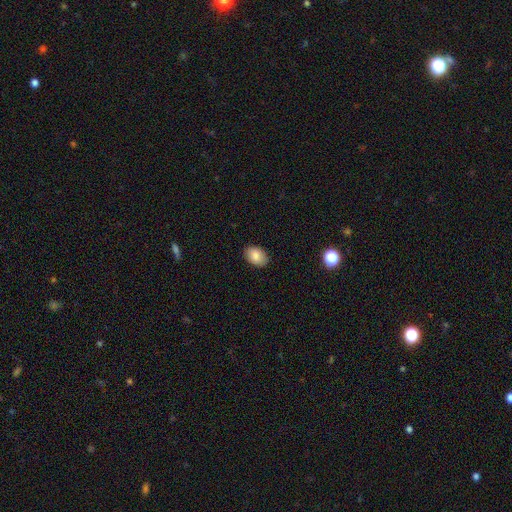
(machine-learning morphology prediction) This is clearly a smooth galaxy (85%). How rounded: clearly in between (83%). Merging: clearly none (88%).